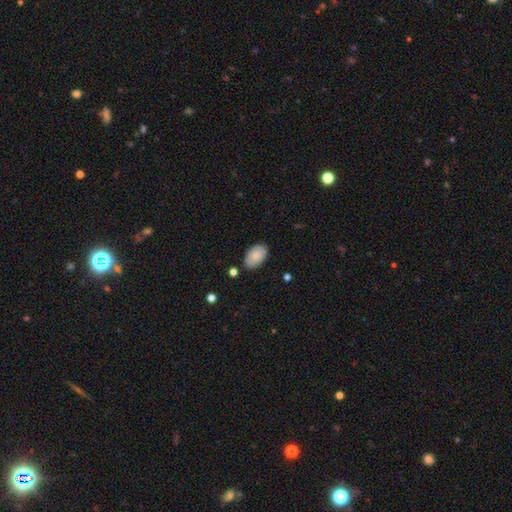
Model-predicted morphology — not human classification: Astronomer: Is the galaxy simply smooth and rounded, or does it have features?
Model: smooth — 81%.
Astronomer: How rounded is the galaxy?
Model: in between — 93%.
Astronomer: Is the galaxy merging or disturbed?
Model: none — 83%.